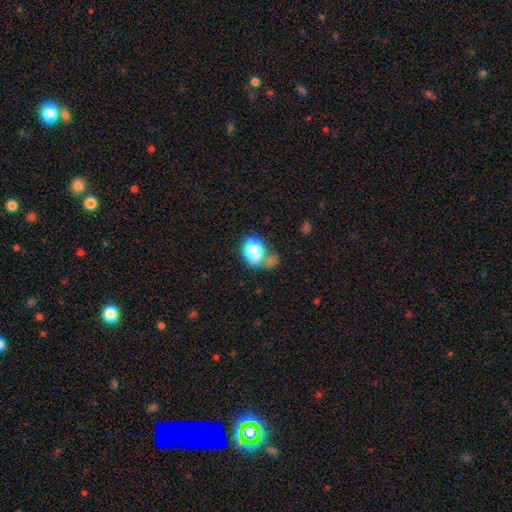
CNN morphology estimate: smooth 78%, featured or disk 12%, star or artifact 10%. Down the decision tree: how rounded — in between (72%); merging — none (32%).